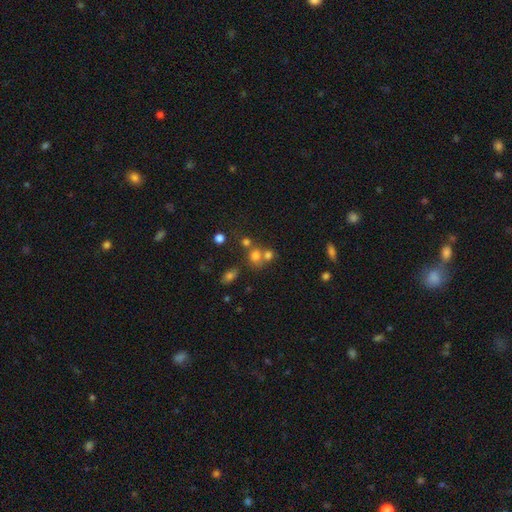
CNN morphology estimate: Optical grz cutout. It shows a smooth galaxy with no disk features (69%) that is round (75%). Merging: none (44%).